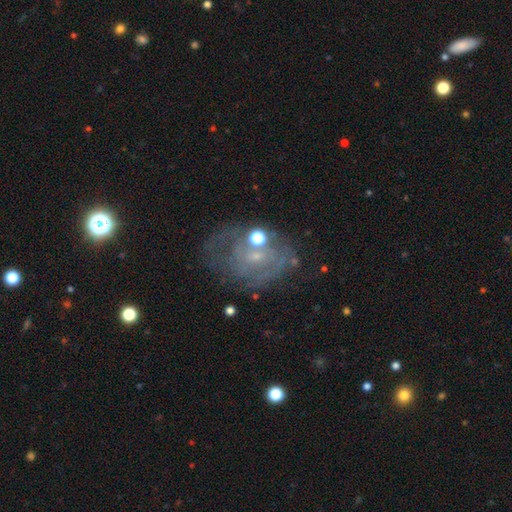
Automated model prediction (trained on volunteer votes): smooth-or-featured: featured or disk: 65% | smooth: 19% | star or artifact: 16%
  disk-edge-on: no: 97% | yes: 3%
    bar: no: 61% | weak: 32% | strong: 7%
    has-spiral-arms: yes: 63% | no: 37%
    bulge-size: small: 59% | moderate: 26% | none: 12% | large: 2% | dominant: 1%
  merging: none: 56% | minor disturbance: 20% | major disturbance: 18% | merger: 6%